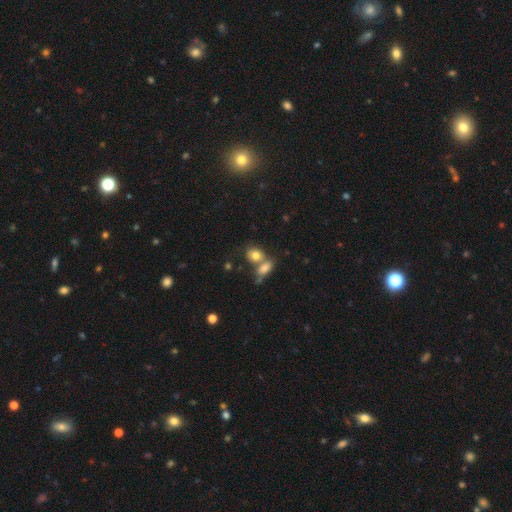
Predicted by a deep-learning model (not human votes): Smooth or featured? Predicted: smooth (p=0.79). How rounded? Predicted: in between (p=0.60). Merging? Predicted: merger (p=0.49).